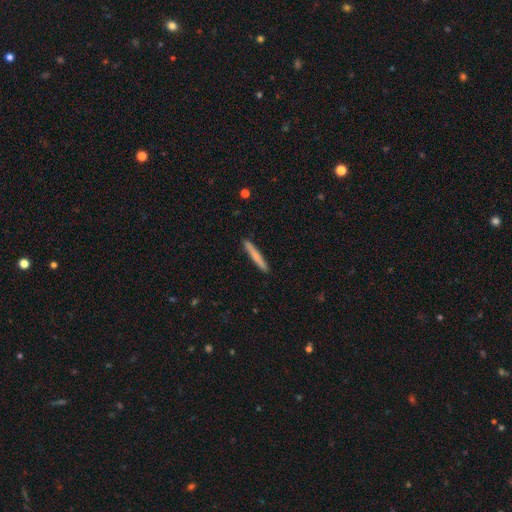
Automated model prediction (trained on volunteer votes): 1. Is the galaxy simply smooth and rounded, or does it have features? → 73% smooth, 22% featured or disk, 5% star or artifact.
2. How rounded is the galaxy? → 96% cigar-shaped, 2% in between, 1% round.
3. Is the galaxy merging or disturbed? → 92% none, 6% minor disturbance, 1% major disturbance, 1% merger.